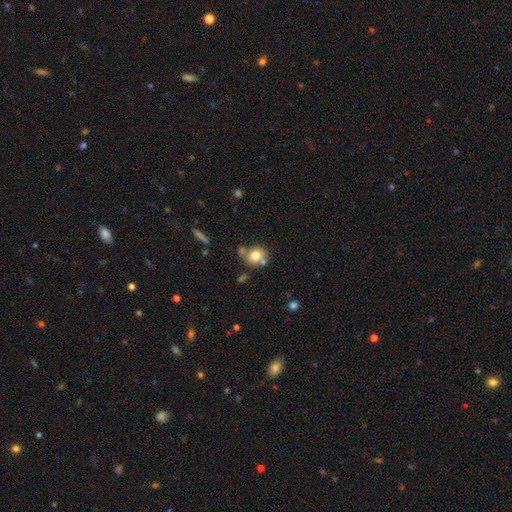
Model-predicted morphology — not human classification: A smooth galaxy with no disk features (75%) that is round (78%). Merging: none (61%).